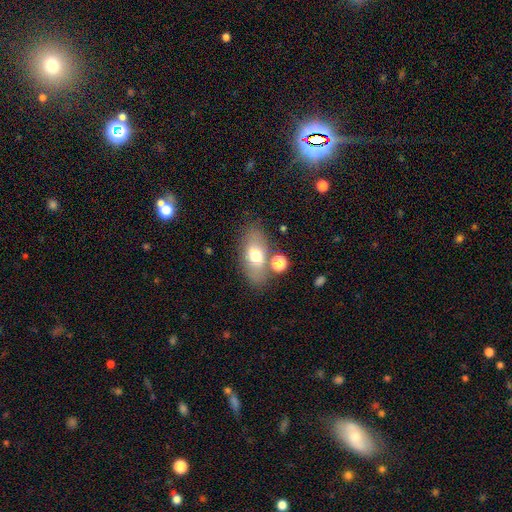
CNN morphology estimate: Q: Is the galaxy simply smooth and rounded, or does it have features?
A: smooth — 66%.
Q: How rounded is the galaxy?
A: in between — 86%.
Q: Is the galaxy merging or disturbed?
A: none — 72%.